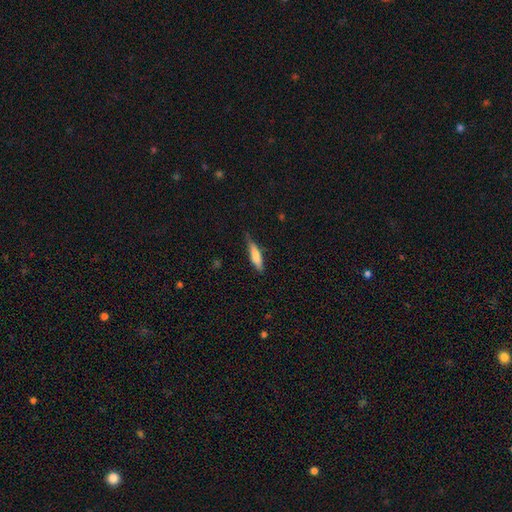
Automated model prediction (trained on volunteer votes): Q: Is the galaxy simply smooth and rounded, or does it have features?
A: smooth — 71%.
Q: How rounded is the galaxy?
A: cigar-shaped — 76%.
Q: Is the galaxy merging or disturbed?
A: none — 69%.